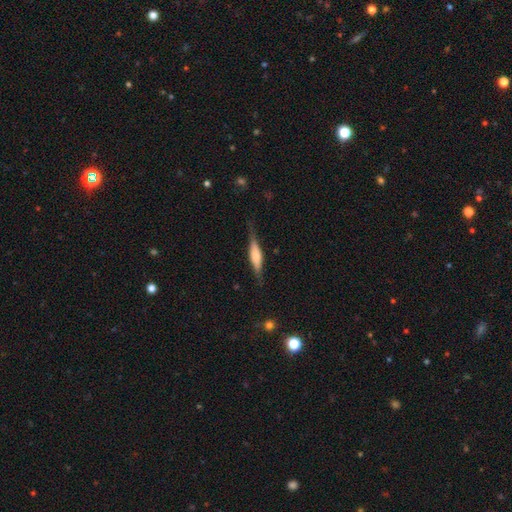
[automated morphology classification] type=featured or disk (53%); edge-on=yes (95%); edge-on bulge=rounded (61%); merging=none (76%).